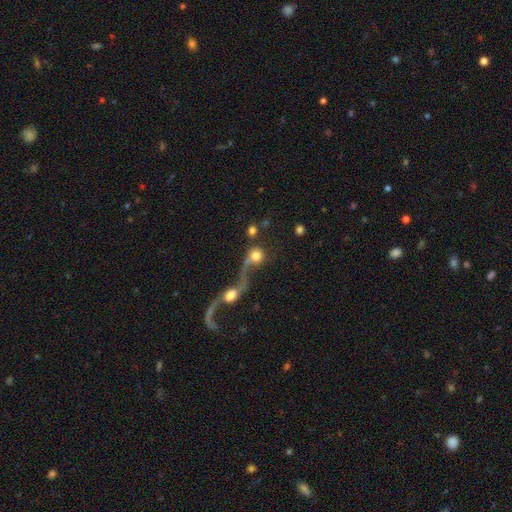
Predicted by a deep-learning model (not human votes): This appears to be a smooth galaxy with no disk features (69%) that is round (87%). Merging: merger (58%).